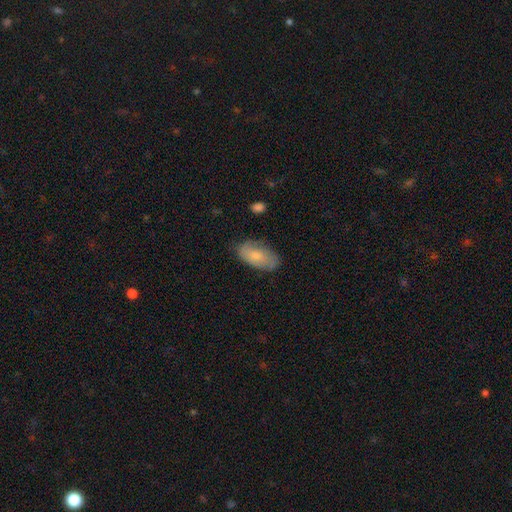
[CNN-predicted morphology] type=smooth (73%); roundness=in between (93%); merging=none (73%).